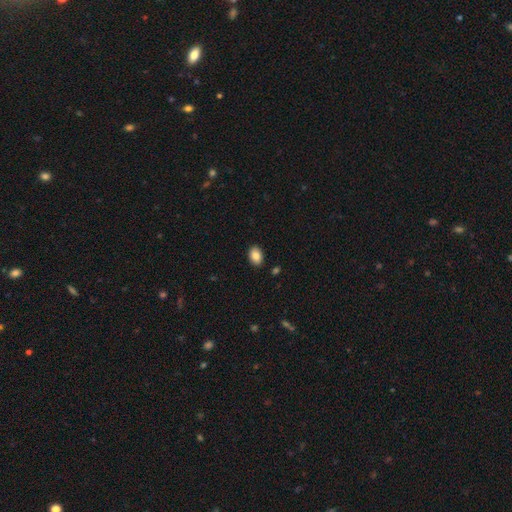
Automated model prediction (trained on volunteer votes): The model was most divided on "how rounded": in between: 84%, round: 14%, cigar-shaped: 1%. More confident: merging — none (89%); smooth or featured — smooth (86%).